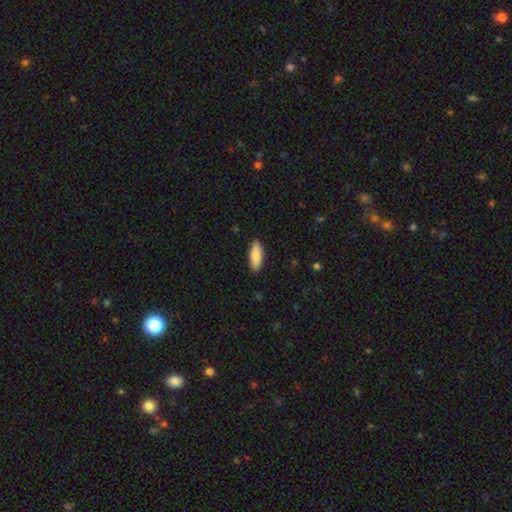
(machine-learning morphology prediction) smooth-or-featured: smooth: 89% | featured or disk: 6% | star or artifact: 5%
  how-rounded: in between: 69% | cigar-shaped: 29% | round: 2%
  merging: none: 90% | minor disturbance: 7% | major disturbance: 2% | merger: 1%